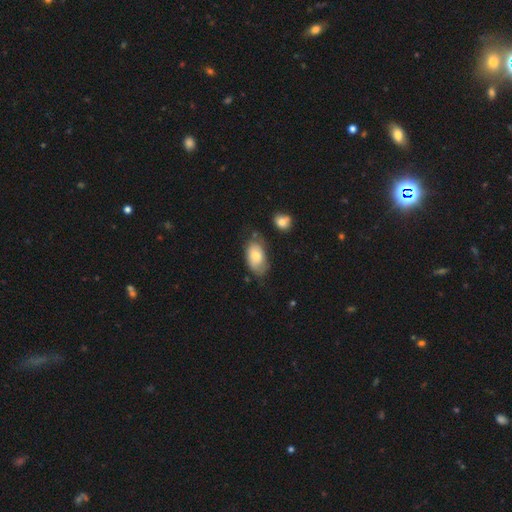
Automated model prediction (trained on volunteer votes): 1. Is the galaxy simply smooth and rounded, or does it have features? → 71% smooth, 23% featured or disk, 7% star or artifact.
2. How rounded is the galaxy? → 93% in between, 5% round, 2% cigar-shaped.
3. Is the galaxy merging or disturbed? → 57% none, 29% minor disturbance, 9% major disturbance, 5% merger.